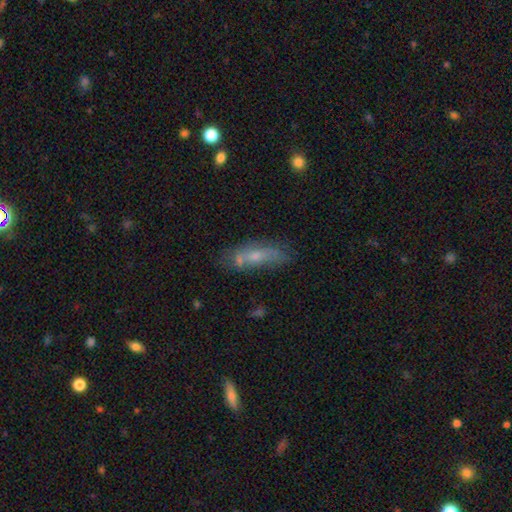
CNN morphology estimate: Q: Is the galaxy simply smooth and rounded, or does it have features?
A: smooth — 53%.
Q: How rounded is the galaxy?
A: cigar-shaped — 51%.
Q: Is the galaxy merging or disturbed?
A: none — 54%.